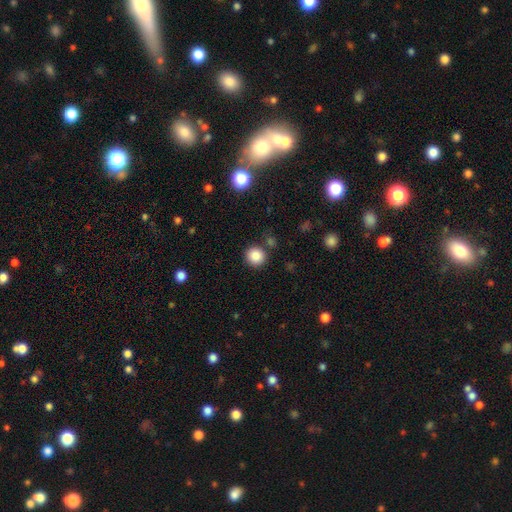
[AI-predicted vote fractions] smooth 87%, star or artifact 10%, featured or disk 4%. Down the decision tree: how rounded — round (92%); merging — none (85%).